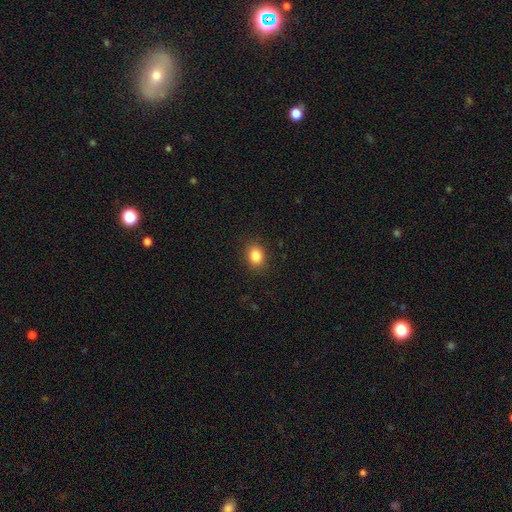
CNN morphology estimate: This is clearly a smooth galaxy (85%). How rounded: possibly in between (55%). Merging: clearly none (88%).